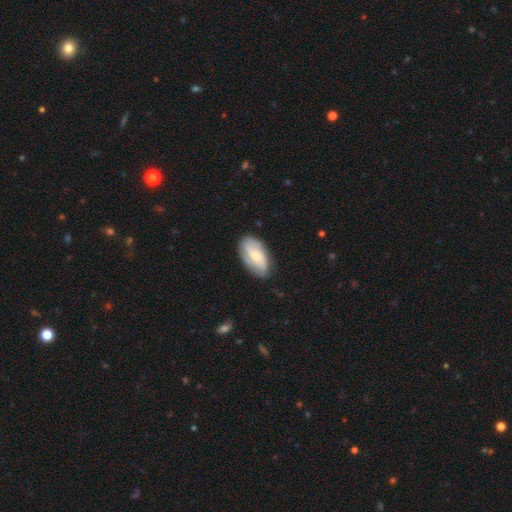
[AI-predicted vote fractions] Morphology: type=featured or disk (49%); merging=none (77%).